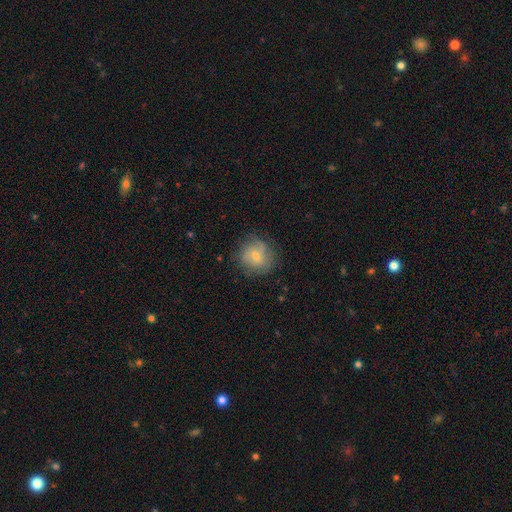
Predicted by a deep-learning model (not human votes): smooth-or-featured: smooth: 68% | featured or disk: 24% | star or artifact: 9%
  how-rounded: round: 88% | in between: 11% | cigar-shaped: 1%
  merging: none: 75% | minor disturbance: 18% | major disturbance: 6% | merger: 1%